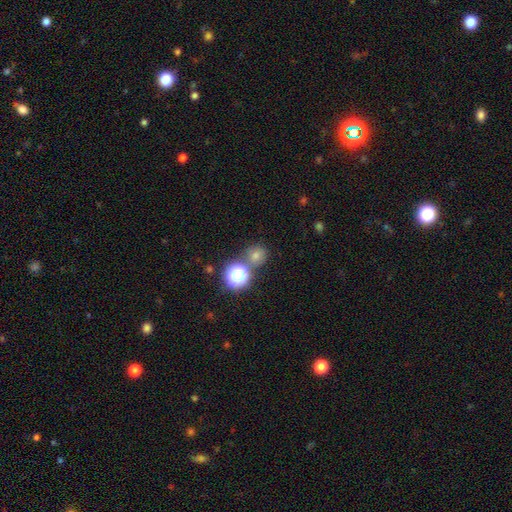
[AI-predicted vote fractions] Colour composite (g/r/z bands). It shows a smooth galaxy with no disk features (58%) that is round (89%). Merging: none (73%).